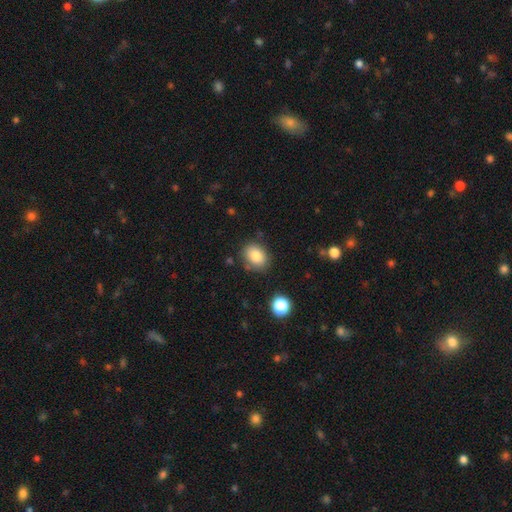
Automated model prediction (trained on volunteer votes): The model was most divided on "how rounded": in between: 64%, round: 35%, cigar-shaped: 1%. More confident: smooth or featured — smooth (84%); merging — none (79%).